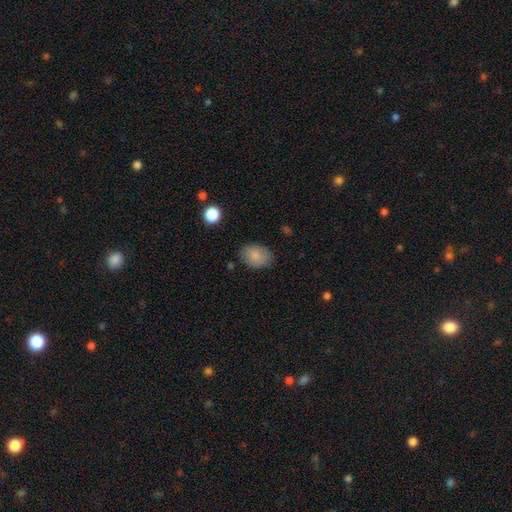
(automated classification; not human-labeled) The model was most divided on "how rounded": in between: 74%, round: 25%, cigar-shaped: 1%. More confident: smooth or featured — smooth (86%); merging — none (81%).